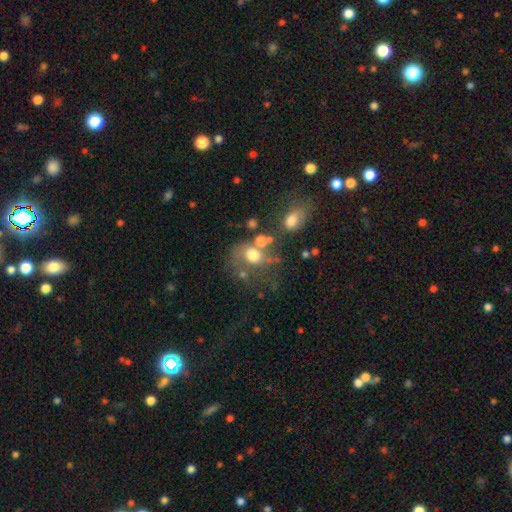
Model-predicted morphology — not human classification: Smooth or featured? featured or disk (35%)
Merging? none (41%)